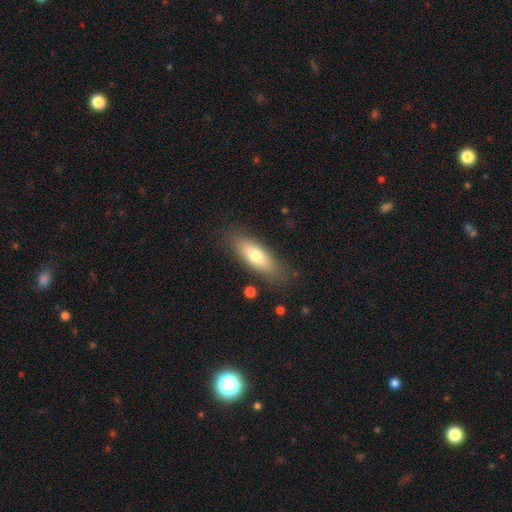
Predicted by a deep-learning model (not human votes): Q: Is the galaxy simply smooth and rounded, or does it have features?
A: smooth — 67%.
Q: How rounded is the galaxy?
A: in between — 57%.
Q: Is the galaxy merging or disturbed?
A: none — 83%.